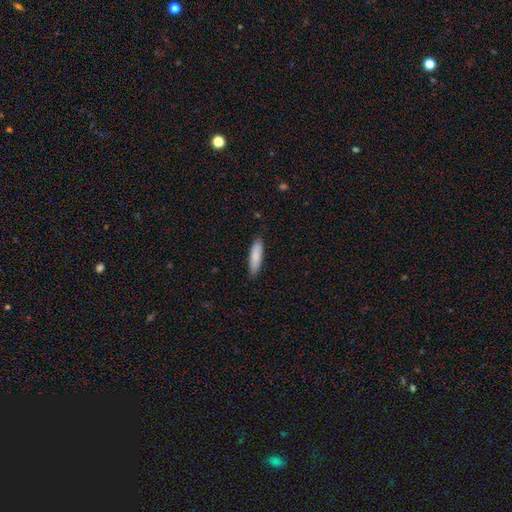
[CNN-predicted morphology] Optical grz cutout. It shows a smooth galaxy with no disk features (85%) that is cigar-shaped (59%). Merging: none (85%).